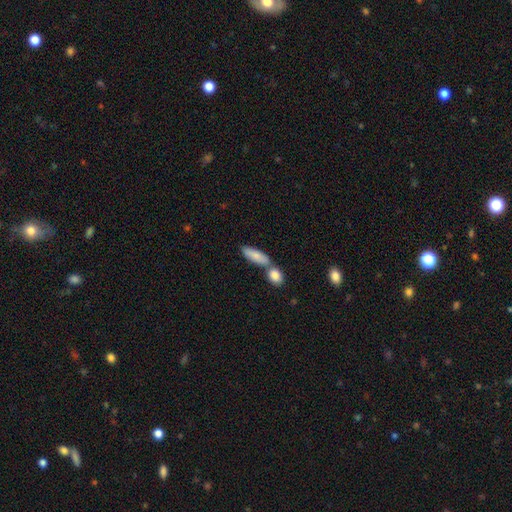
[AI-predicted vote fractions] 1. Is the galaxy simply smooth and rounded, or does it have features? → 81% smooth, 13% featured or disk, 6% star or artifact.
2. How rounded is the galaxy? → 64% in between, 33% cigar-shaped, 3% round.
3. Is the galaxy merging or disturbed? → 47% none, 40% merger, 10% minor disturbance, 3% major disturbance.